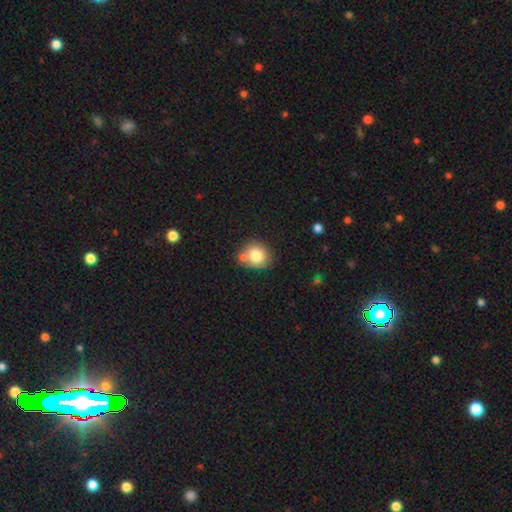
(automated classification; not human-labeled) Smooth or featured?
  - smooth: 79% *
  - featured or disk: 12%
  - star or artifact: 9%
How rounded?
  - round: 75% *
  - in between: 24%
  - cigar-shaped: 1%
Merging?
  - none: 55% *
  - merger: 28%
  - minor disturbance: 14%
  - major disturbance: 4%